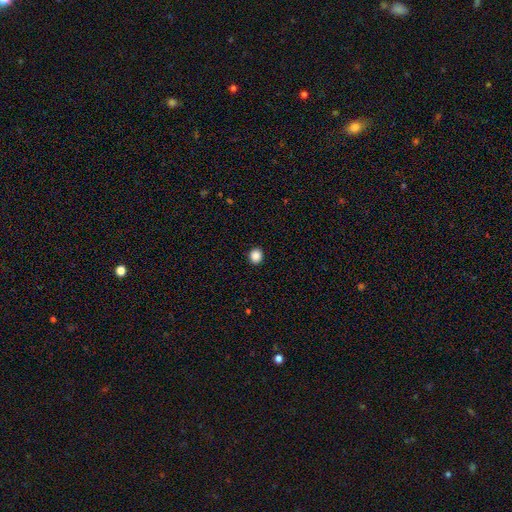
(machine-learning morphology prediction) smooth_or_featured: smooth (p=0.88) [alt: star or artifact p=0.10]
how_rounded: round (p=0.87) [alt: in between p=0.12]
merging: none (p=0.93) [alt: minor disturbance p=0.04]